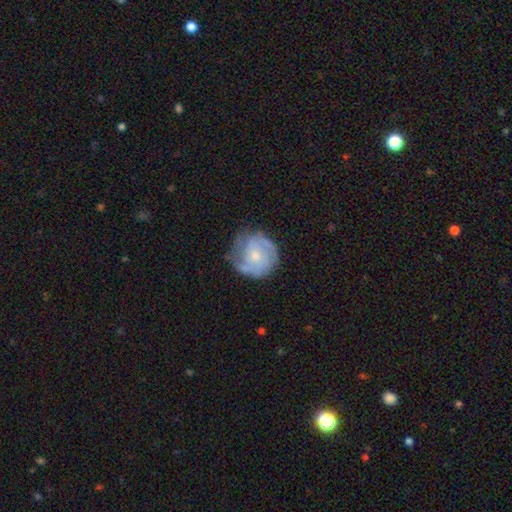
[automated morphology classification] Smooth or featured: featured or disk — 75% (smooth — 18%)
Edge-on disk: no — 98% (yes — 2%)
Bar: no — 70% (weak — 26%)
Spiral arms: yes — 90% (no — 10%)
Spiral winding: tight — 55% (medium — 34%)
Spiral arm count: can't tell — 31% (3 — 26%)
Bulge size: small — 62% (moderate — 32%)
Merging: none — 66% (minor disturbance — 23%)